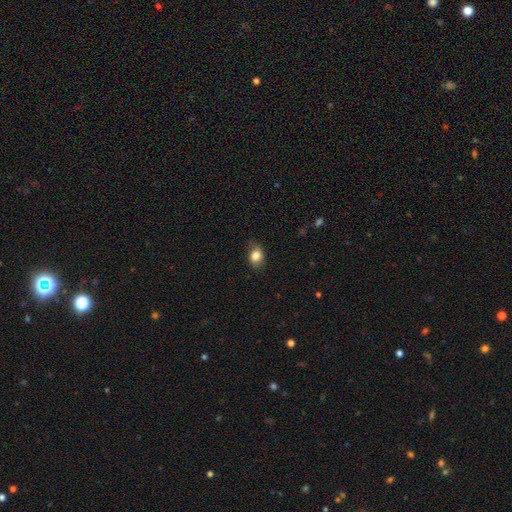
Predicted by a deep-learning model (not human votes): The model was most divided on "how rounded": in between: 59%, round: 39%, cigar-shaped: 1%. More confident: smooth or featured — smooth (82%); merging — none (71%).